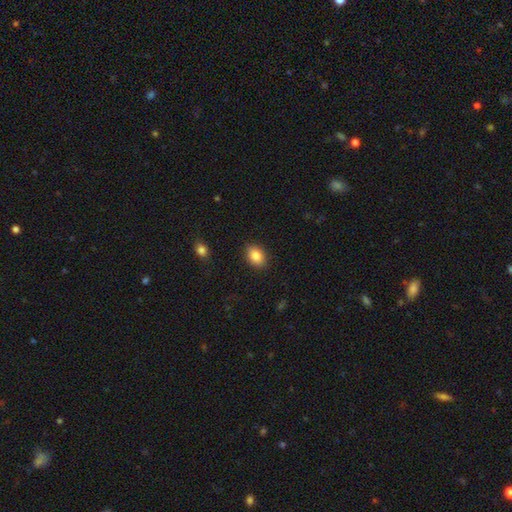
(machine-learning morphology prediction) This appears to be a smooth galaxy with no disk features (87%) that is in between round and cigar-shaped (79%). Merging: none (88%).